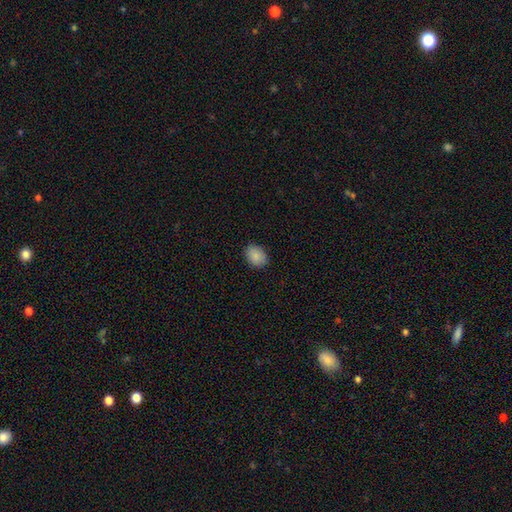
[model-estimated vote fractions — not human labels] smooth 88%, star or artifact 8%, featured or disk 4%. Down the decision tree: how rounded — in between (70%); merging — none (86%).